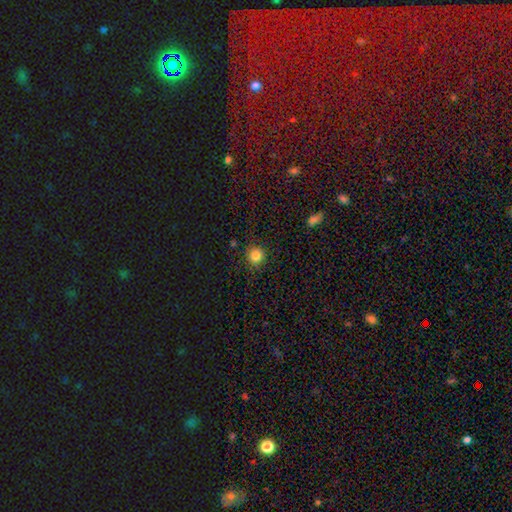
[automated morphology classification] smooth_or_featured: smooth (p=0.83) [alt: star or artifact p=0.12]
how_rounded: round (p=0.92) [alt: in between p=0.07]
merging: none (p=0.88) [alt: minor disturbance p=0.08]